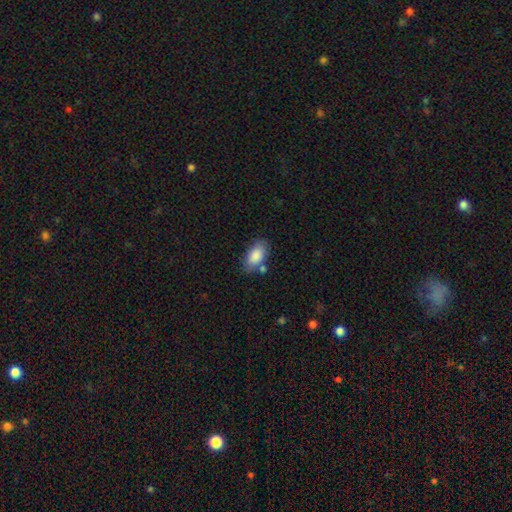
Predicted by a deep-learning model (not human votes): A smooth galaxy with no disk features (86%) that is in between round and cigar-shaped (93%).

Vote fractions:
- Smooth or featured? smooth: 86% / featured or disk: 7% / star or artifact: 6%
- How rounded? in between: 93% / round: 4% / cigar-shaped: 3%
- Merging? none: 70% / minor disturbance: 17% / merger: 9% / major disturbance: 4%